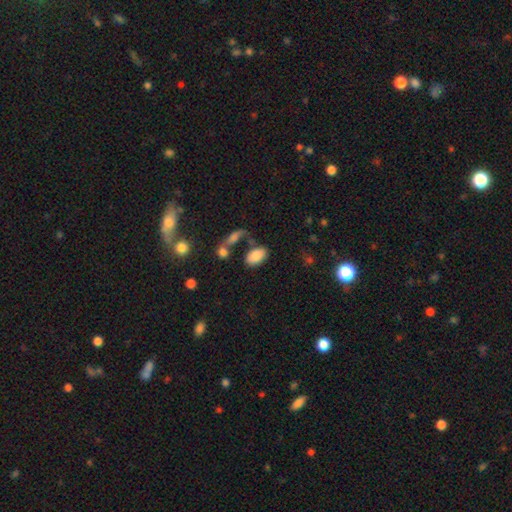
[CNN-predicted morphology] Smooth or featured? smooth (83%)
How rounded? in between (93%)
Merging? none (59%)